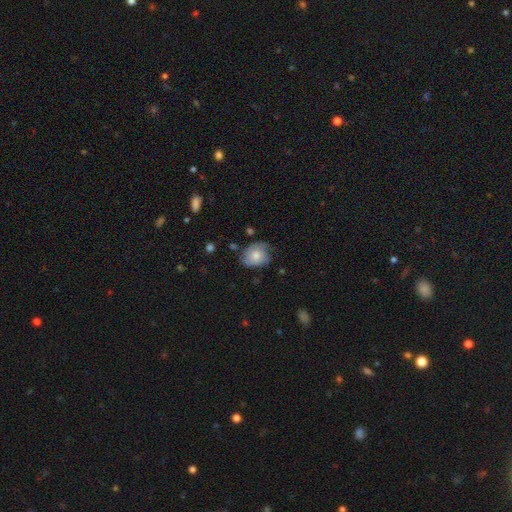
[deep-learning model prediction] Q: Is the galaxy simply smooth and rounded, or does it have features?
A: smooth — 65%.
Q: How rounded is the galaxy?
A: round — 54%.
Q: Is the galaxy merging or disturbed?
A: none — 61%.